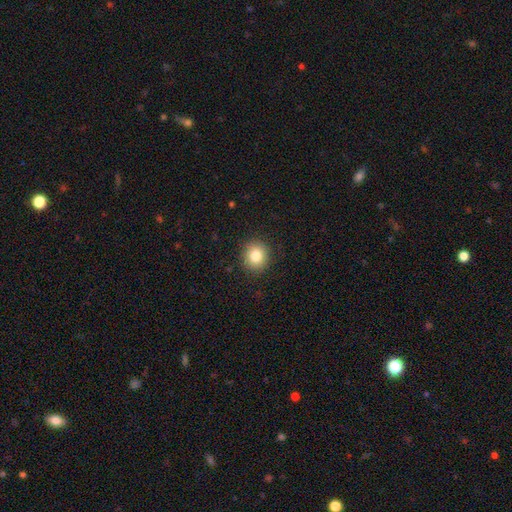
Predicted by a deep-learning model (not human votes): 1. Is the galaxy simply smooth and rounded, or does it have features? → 82% smooth, 10% star or artifact, 7% featured or disk.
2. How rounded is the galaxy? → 87% round, 12% in between, 1% cigar-shaped.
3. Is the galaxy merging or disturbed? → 90% none, 7% minor disturbance, 2% major disturbance, 1% merger.